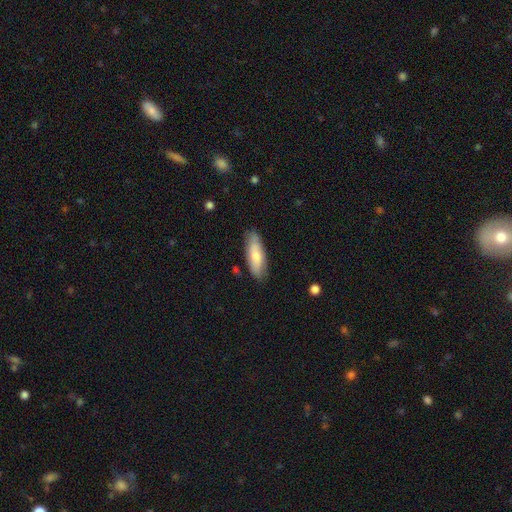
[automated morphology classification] A smooth galaxy with no disk features (70%) that is in between round and cigar-shaped (65%).

Vote fractions:
- Smooth or featured? smooth: 70% / featured or disk: 24% / star or artifact: 6%
- How rounded? in between: 65% / cigar-shaped: 33% / round: 2%
- Merging? none: 80% / minor disturbance: 16% / major disturbance: 3% / merger: 2%